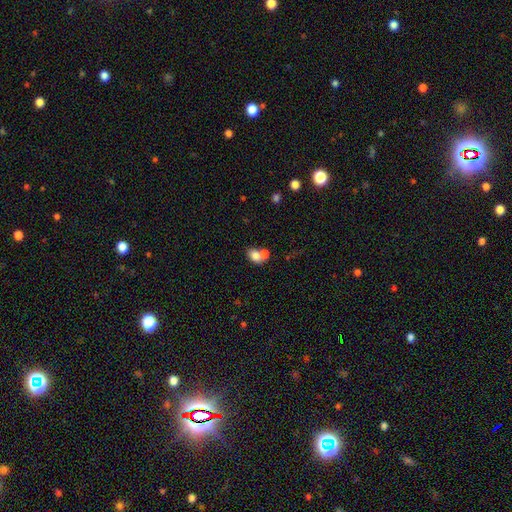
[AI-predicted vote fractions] This appears to be a smooth galaxy with no disk features (77%) that is in between round and cigar-shaped (71%). Merging: merger (52%).